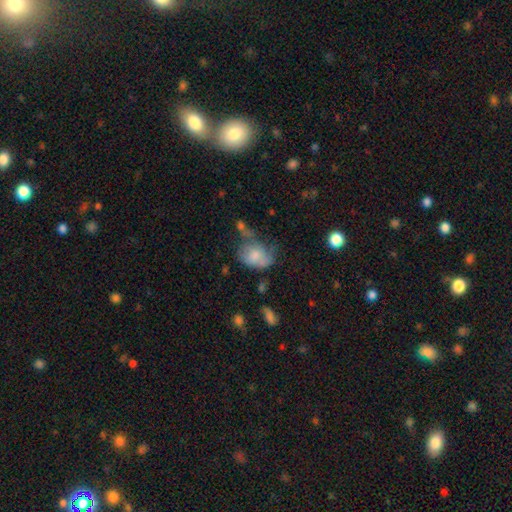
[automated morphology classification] smooth 68%, featured or disk 23%, star or artifact 8%. Down the decision tree: how rounded — in between (73%); merging — minor disturbance (30%).